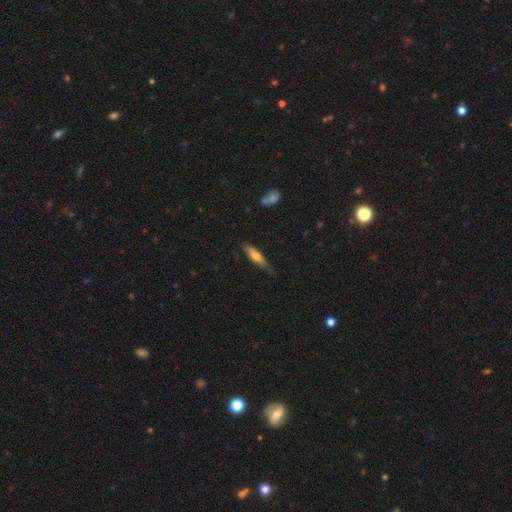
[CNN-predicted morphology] Smooth or featured: smooth — 60% (featured or disk — 34%)
How rounded: cigar-shaped — 70% (in between — 28%)
Merging: none — 65% (minor disturbance — 28%)